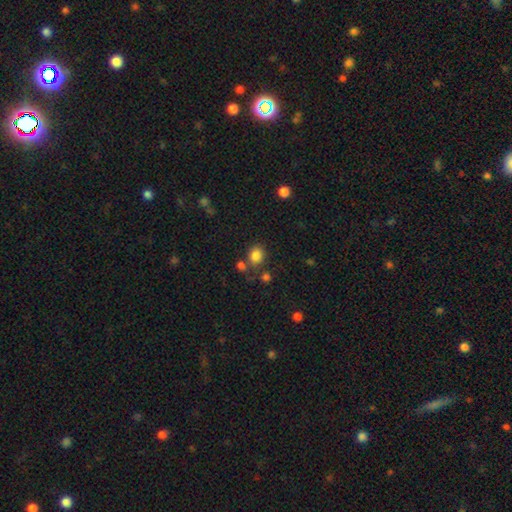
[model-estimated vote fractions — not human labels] Q: Smooth or featured?
A: smooth (83%); runner-up: star or artifact (12%)
Q: How rounded?
A: round (66%); runner-up: in between (33%)
Q: Merging?
A: none (70%); runner-up: merger (13%)